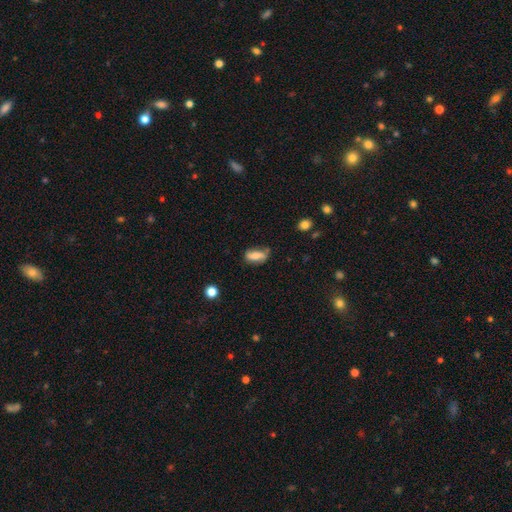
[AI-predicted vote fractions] Smooth or featured? Predicted: smooth (p=0.64). How rounded? Predicted: in between (p=0.77). Merging? Predicted: none (p=0.58).